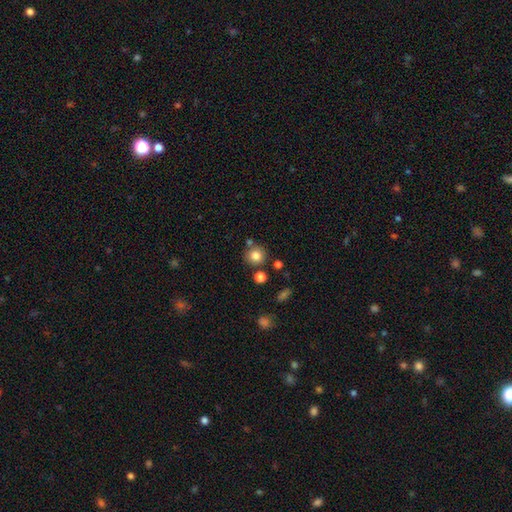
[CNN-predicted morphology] Smooth or featured? smooth (81%)
How rounded? round (90%)
Merging? none (77%)